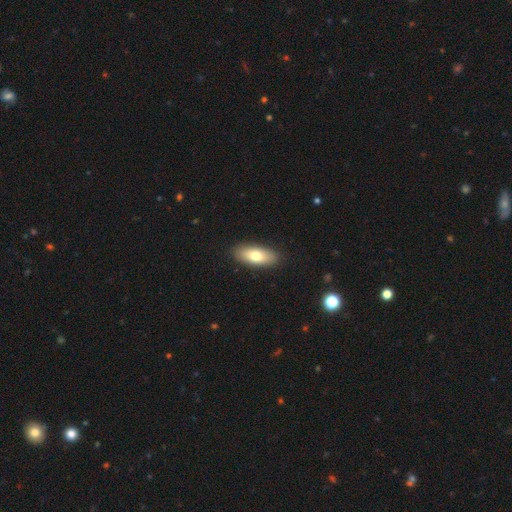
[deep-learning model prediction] smooth_or_featured: smooth (p=0.71) [alt: featured or disk p=0.23]
how_rounded: in between (p=0.81) [alt: cigar-shaped p=0.16]
merging: none (p=0.88) [alt: minor disturbance p=0.09]